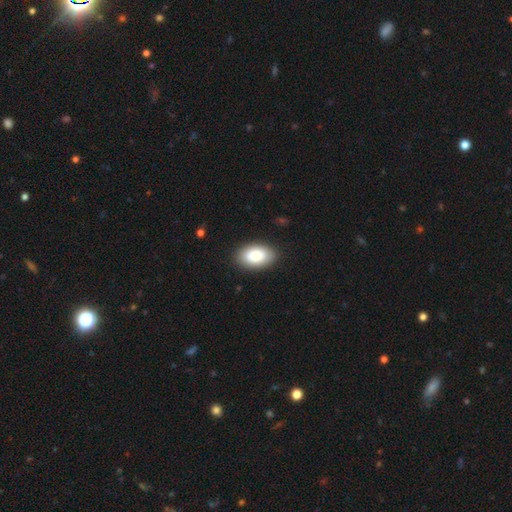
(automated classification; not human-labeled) A smooth galaxy with no disk features (80%) that is in between round and cigar-shaped (92%).

Vote fractions:
- Smooth or featured? smooth: 80% / featured or disk: 13% / star or artifact: 6%
- How rounded? in between: 92% / round: 7% / cigar-shaped: 1%
- Merging? none: 87% / minor disturbance: 9% / major disturbance: 2% / merger: 1%